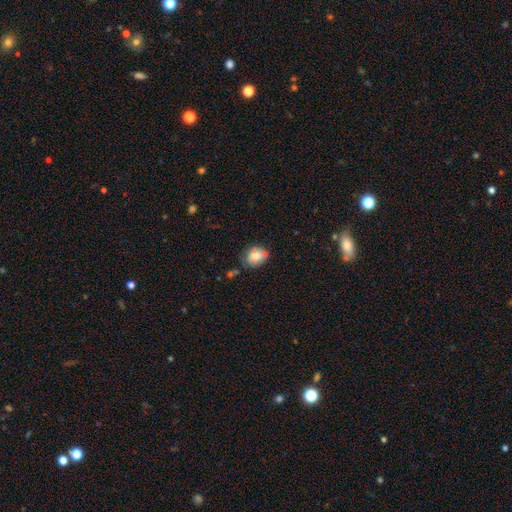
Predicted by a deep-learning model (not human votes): smooth-or-featured: smooth: 75% | featured or disk: 15% | star or artifact: 10%
  how-rounded: in between: 52% | round: 47% | cigar-shaped: 1%
  merging: none: 56% | minor disturbance: 26% | merger: 12% | major disturbance: 7%